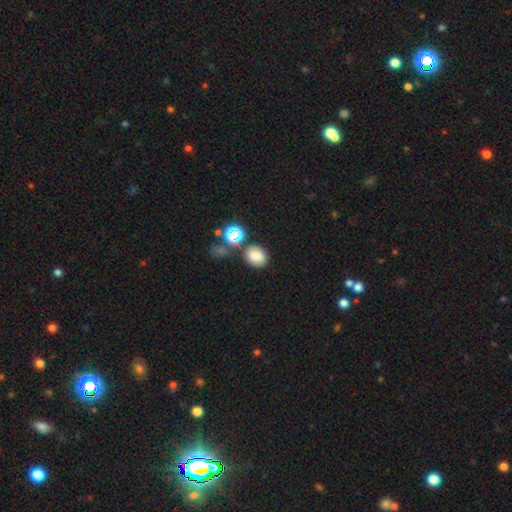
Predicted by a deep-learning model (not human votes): Smooth or featured: smooth — 77% (star or artifact — 16%)
How rounded: in between — 50% (round — 49%)
Merging: none — 71% (minor disturbance — 14%)